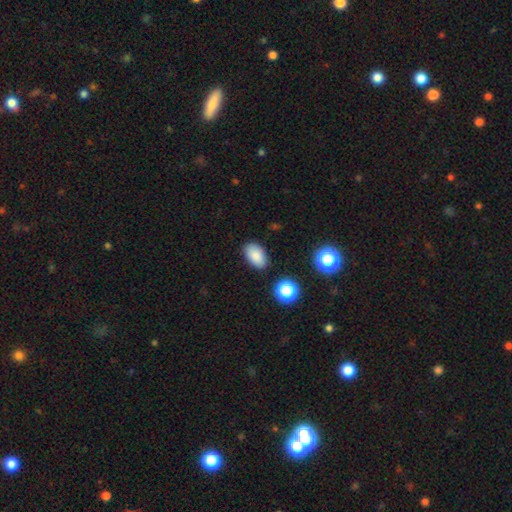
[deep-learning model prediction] smooth 85%, star or artifact 10%, featured or disk 5%. Down the decision tree: how rounded — in between (91%); merging — none (84%).